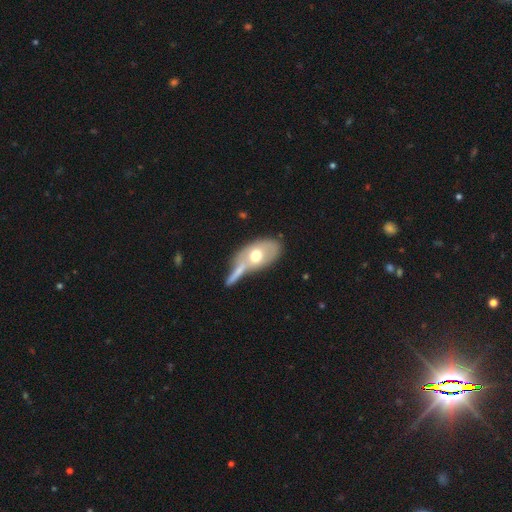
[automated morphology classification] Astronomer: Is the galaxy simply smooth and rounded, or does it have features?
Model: smooth — 54% (runner-up: featured or disk, 41%).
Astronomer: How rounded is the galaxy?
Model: in between — 86%.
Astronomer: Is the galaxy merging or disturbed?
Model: merger — 41% (runner-up: none, 32%).